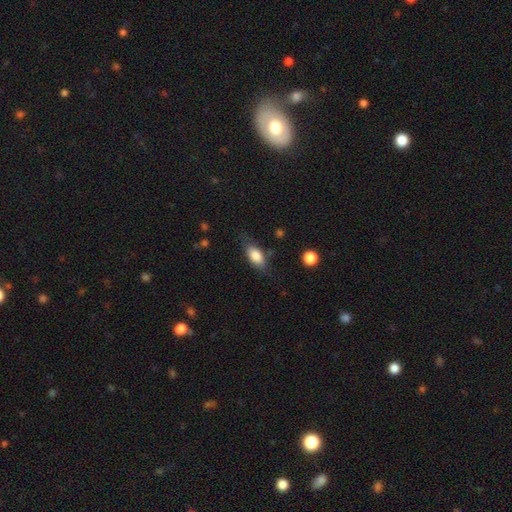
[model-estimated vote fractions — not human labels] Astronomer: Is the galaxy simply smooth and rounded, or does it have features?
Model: smooth — 80%.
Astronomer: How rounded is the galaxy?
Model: in between — 85%.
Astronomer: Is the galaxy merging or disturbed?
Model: none — 71%.